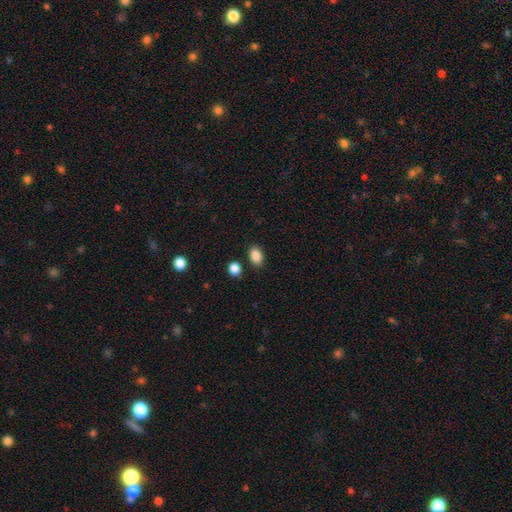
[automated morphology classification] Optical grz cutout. It shows a smooth galaxy with no disk features (87%) that is in between round and cigar-shaped (82%). Merging: none (85%).